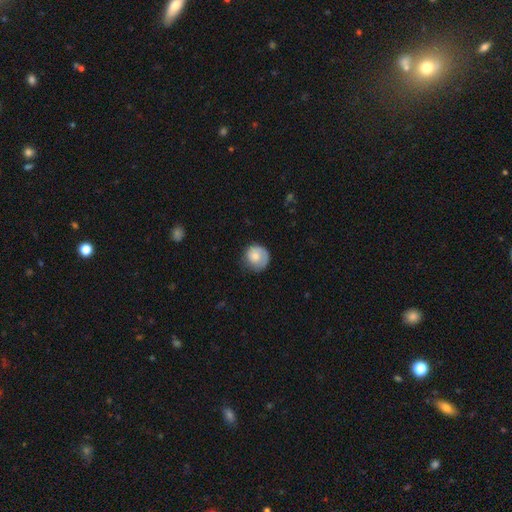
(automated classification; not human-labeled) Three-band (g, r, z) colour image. It shows a smooth galaxy with no disk features (61%) that is round (86%). Merging: none (65%).